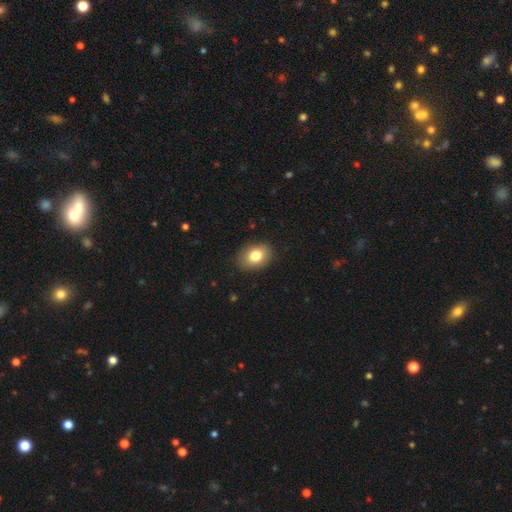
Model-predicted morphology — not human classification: Smooth or featured? smooth (82%)
How rounded? in between (73%)
Merging? none (87%)